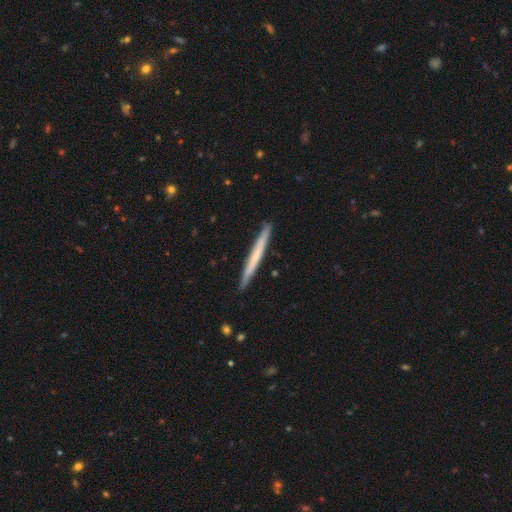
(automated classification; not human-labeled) smooth 52%, featured or disk 43%, star or artifact 5%. Down the decision tree: how rounded — cigar-shaped (97%); merging — none (91%).